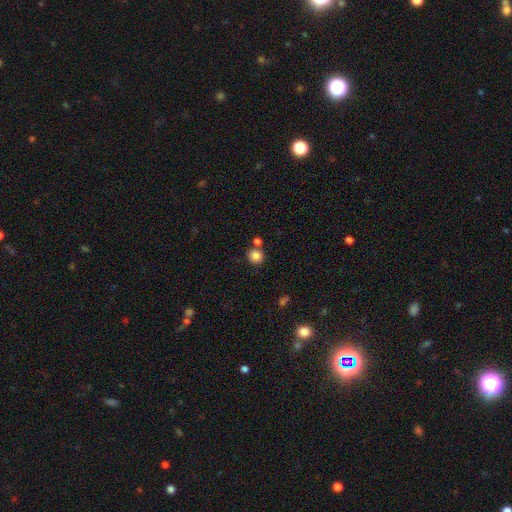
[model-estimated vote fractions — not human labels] smooth 84%, star or artifact 11%, featured or disk 5%. Down the decision tree: how rounded — round (88%); merging — none (69%).